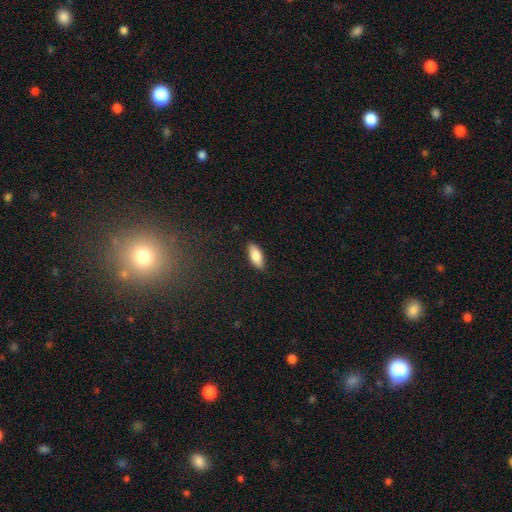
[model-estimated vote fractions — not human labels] Overall: smooth (82%). How rounded: in between (85%). Merging: none (88%).